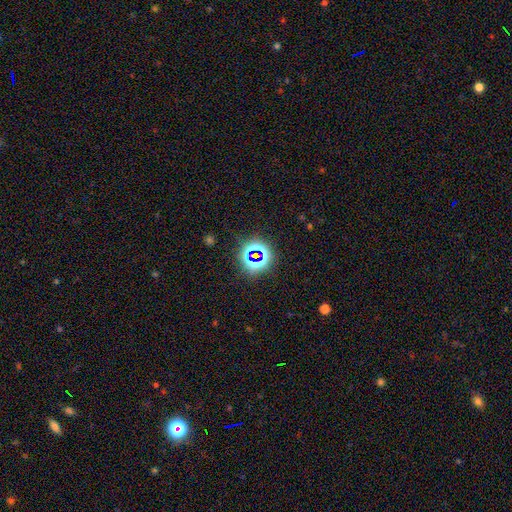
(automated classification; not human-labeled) Q: Smooth or featured?
A: star or artifact (73%); runner-up: smooth (19%)